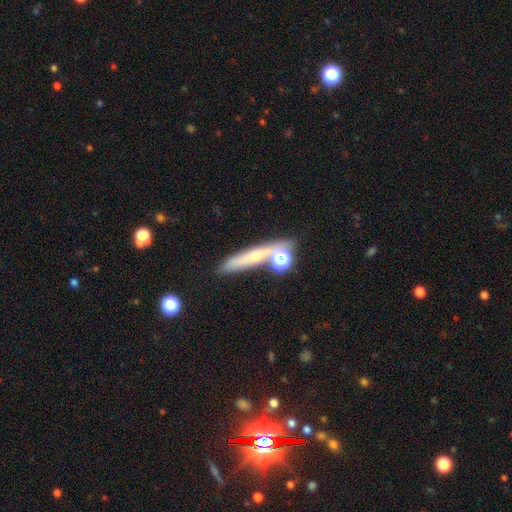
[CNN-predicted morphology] type=smooth (45%); merging=none (60%).